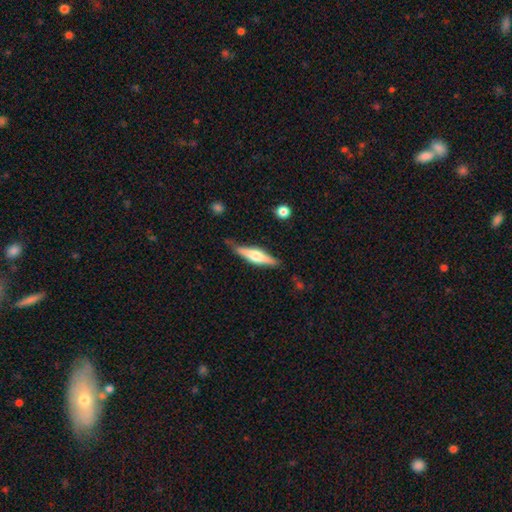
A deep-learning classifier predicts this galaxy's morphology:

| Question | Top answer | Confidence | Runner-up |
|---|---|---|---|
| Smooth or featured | featured or disk | 62% | smooth (33%) |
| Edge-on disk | yes | 96% | no (4%) |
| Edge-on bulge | rounded | 84% | boxy (11%) |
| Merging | none | 79% | minor disturbance (16%) |